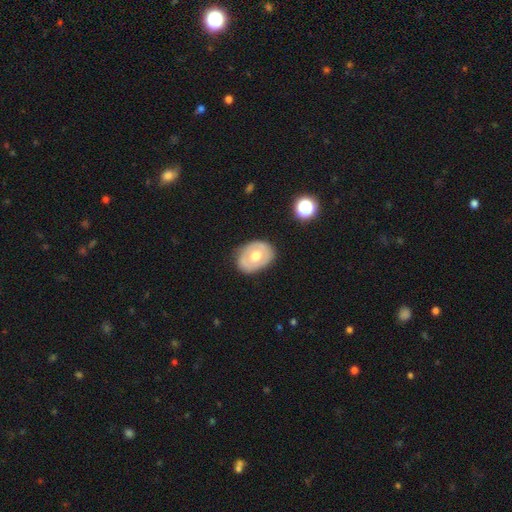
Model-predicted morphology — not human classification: Smooth or featured? smooth (47%, tied with featured or disk)
Merging? none (81%)